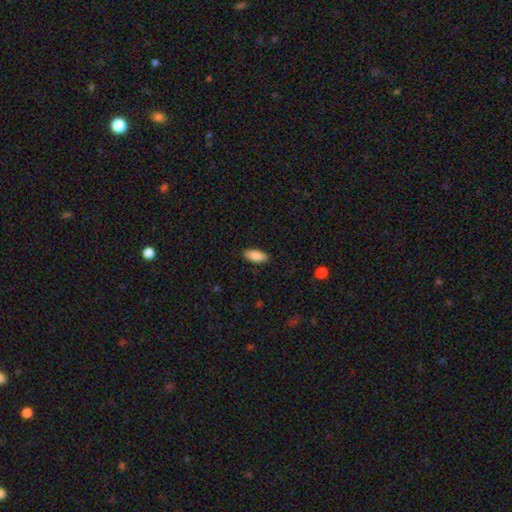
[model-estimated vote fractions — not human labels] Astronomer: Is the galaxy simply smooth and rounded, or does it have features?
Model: smooth — 87%.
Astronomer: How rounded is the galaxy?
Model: in between — 84%.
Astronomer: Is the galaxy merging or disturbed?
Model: none — 88%.